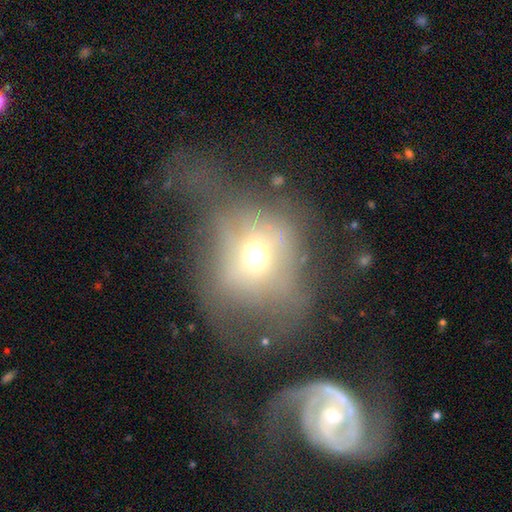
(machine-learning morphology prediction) The model was most divided on "smooth or featured": smooth: 47%, featured or disk: 40%, star or artifact: 13%. Remaining: merging — major disturbance (46%).